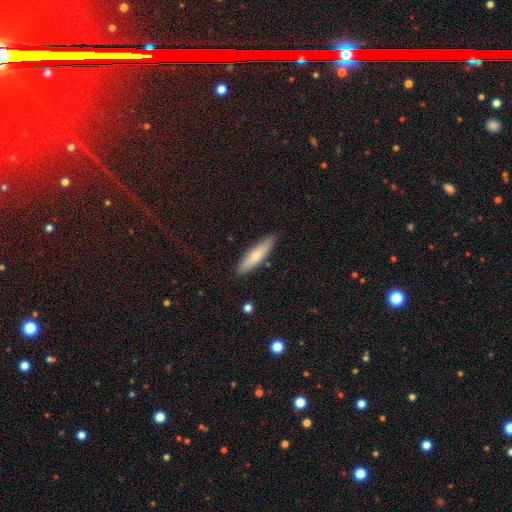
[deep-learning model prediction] The model was most divided on "how rounded": cigar-shaped: 77%, in between: 22%, round: 1%. More confident: merging — none (87%); smooth or featured — smooth (75%).